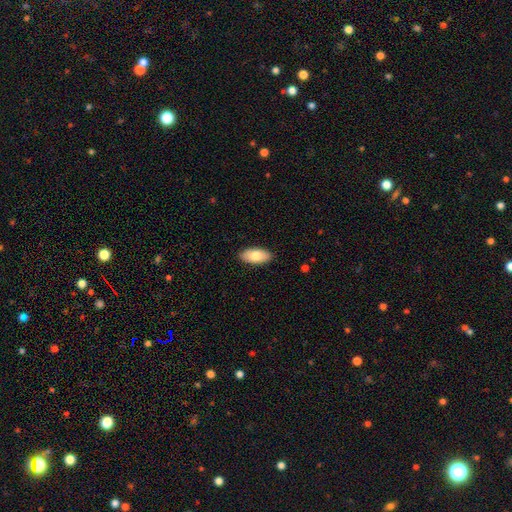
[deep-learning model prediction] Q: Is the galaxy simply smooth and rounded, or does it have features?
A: smooth — 80%.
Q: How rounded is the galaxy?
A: in between — 92%.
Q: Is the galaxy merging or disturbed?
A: none — 90%.